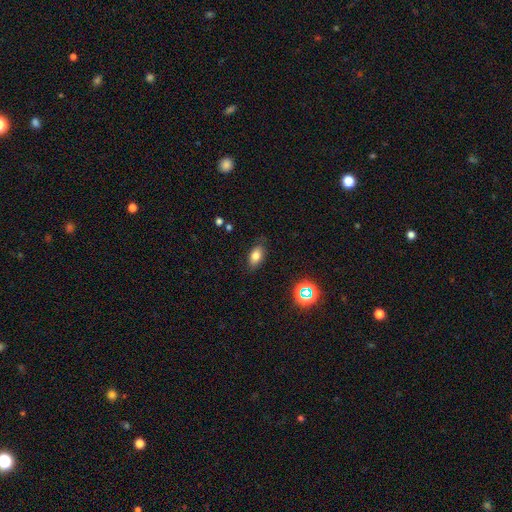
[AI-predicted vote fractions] smooth_or_featured: smooth (p=0.77) [alt: star or artifact p=0.12]
how_rounded: in between (p=0.87) [alt: round p=0.10]
merging: none (p=0.82) [alt: minor disturbance p=0.14]